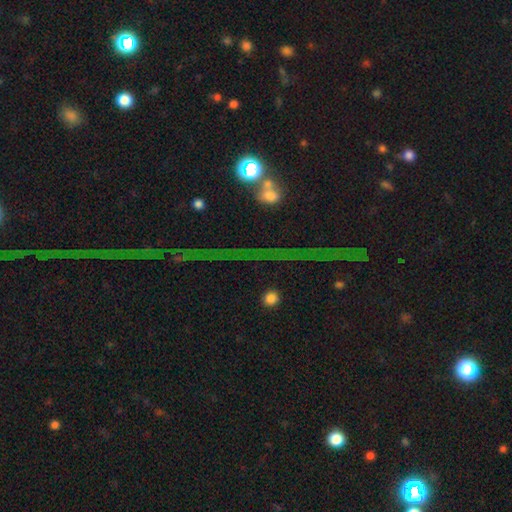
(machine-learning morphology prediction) The model was most divided on "smooth or featured": star or artifact: 68%, smooth: 16%, featured or disk: 16%.